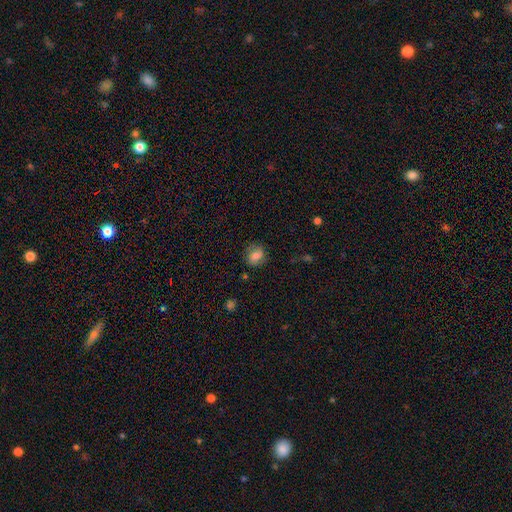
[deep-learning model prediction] This appears to be a smooth galaxy with no disk features (71%) that is round (61%). Merging: none (73%).